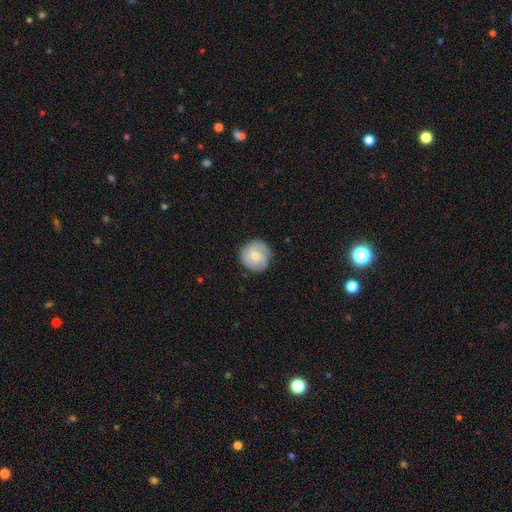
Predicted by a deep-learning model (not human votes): Morphology: type=smooth (47%, tied with featured or disk); merging=none (82%).